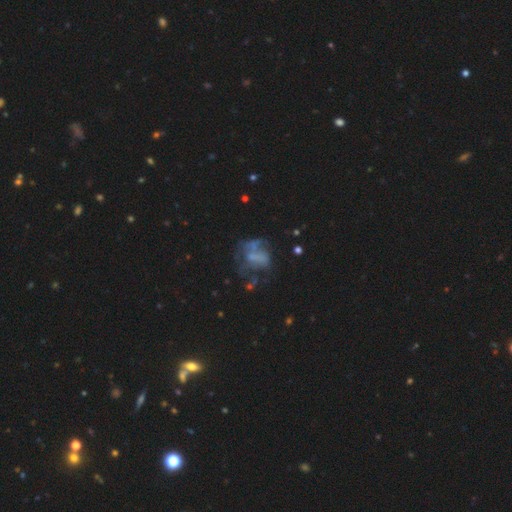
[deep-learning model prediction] smooth-or-featured: featured or disk: 54% | smooth: 29% | star or artifact: 17%
  disk-edge-on: no: 97% | yes: 3%
    bar: no: 74% | weak: 18% | strong: 8%
    has-spiral-arms: no: 75% | yes: 25%
    bulge-size: none: 68% | small: 15% | moderate: 11% | large: 4% | dominant: 2%
  merging: major disturbance: 39% | none: 32% | minor disturbance: 19% | merger: 9%